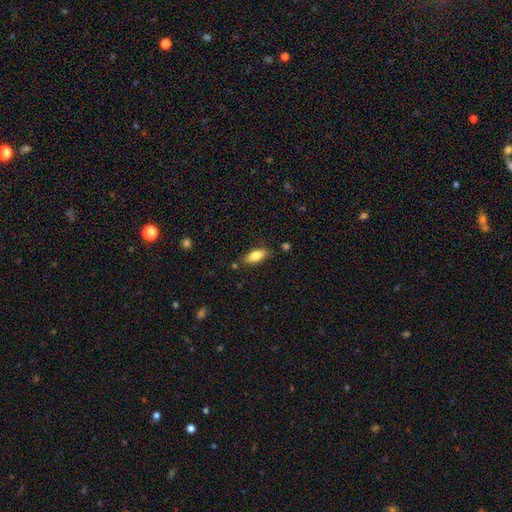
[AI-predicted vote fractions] A smooth galaxy with no disk features (74%) that is in between round and cigar-shaped (77%). Merging: none (79%).